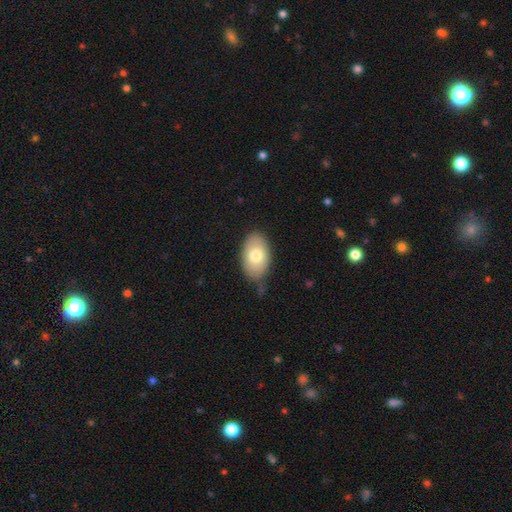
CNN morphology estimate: type=smooth (77%); roundness=in between (91%); merging=none (68%).